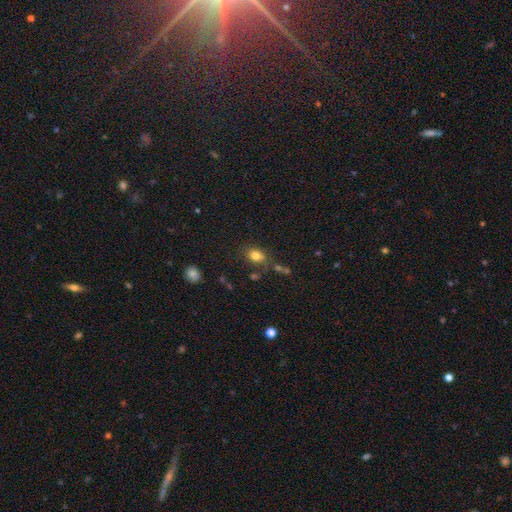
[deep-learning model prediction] Smooth or featured: smooth — 79% (star or artifact — 12%)
How rounded: in between — 66% (round — 32%)
Merging: none — 67% (minor disturbance — 17%)